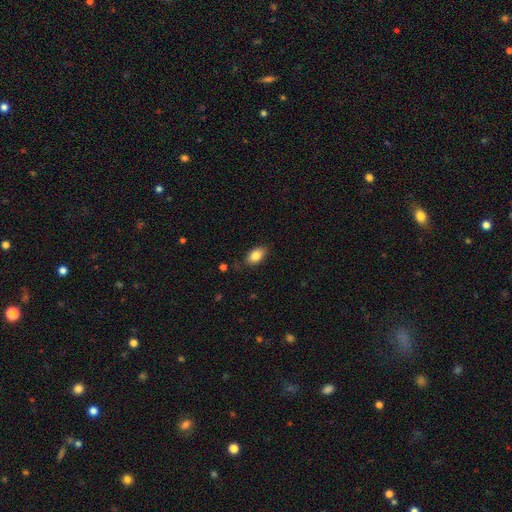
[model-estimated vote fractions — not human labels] A smooth galaxy with no disk features (84%) that is in between round and cigar-shaped (90%). Merging: none (81%).